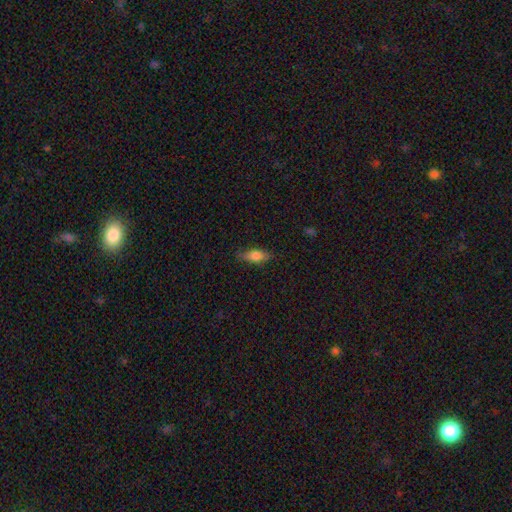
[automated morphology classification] A smooth galaxy with no disk features (72%) that is in between round and cigar-shaped (73%).

Vote fractions:
- Smooth or featured? smooth: 72% / featured or disk: 20% / star or artifact: 8%
- How rounded? in between: 73% / cigar-shaped: 23% / round: 4%
- Merging? none: 79% / minor disturbance: 16% / major disturbance: 4% / merger: 1%